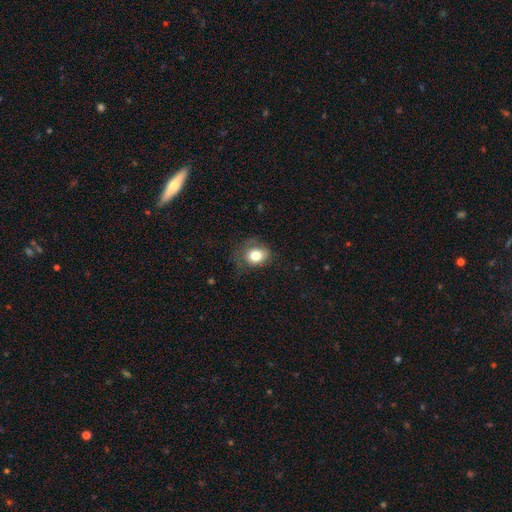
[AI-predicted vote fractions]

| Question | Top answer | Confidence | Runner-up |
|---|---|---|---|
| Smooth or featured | smooth | 78% | featured or disk (12%) |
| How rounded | round | 60% | in between (39%) |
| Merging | none | 58% | minor disturbance (26%) |